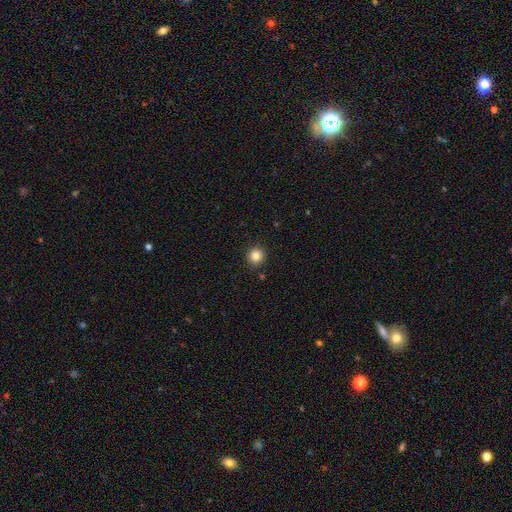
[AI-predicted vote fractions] A smooth galaxy with no disk features (84%) that is round (94%). Merging: none (91%).